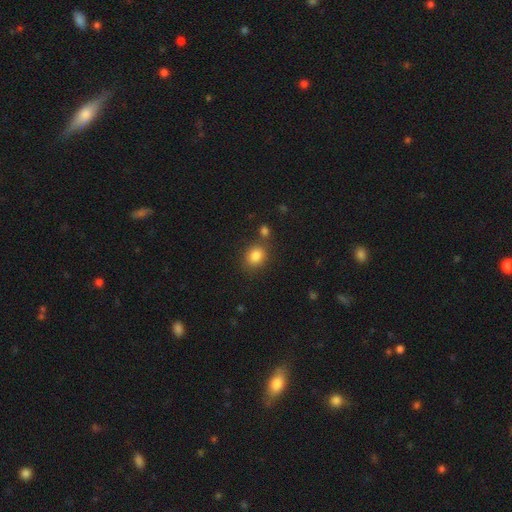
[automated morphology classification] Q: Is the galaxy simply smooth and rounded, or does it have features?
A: smooth — 84%.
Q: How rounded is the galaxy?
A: round — 59%.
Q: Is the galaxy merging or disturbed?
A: none — 73%.